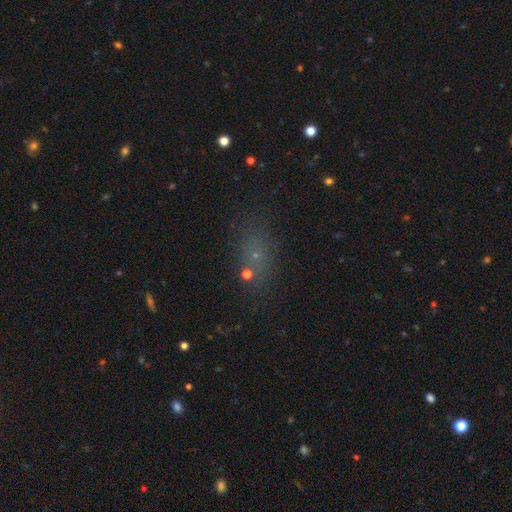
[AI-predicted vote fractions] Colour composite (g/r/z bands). It shows a smooth galaxy with no disk features (49%). Merging: none (67%).